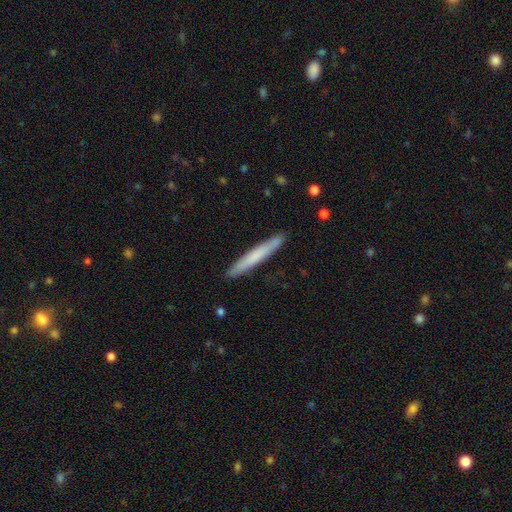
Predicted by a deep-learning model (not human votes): smooth_or_featured: smooth (p=0.66) [alt: featured or disk p=0.29]
how_rounded: cigar-shaped (p=0.96) [alt: in between p=0.03]
merging: none (p=0.91) [alt: minor disturbance p=0.07]